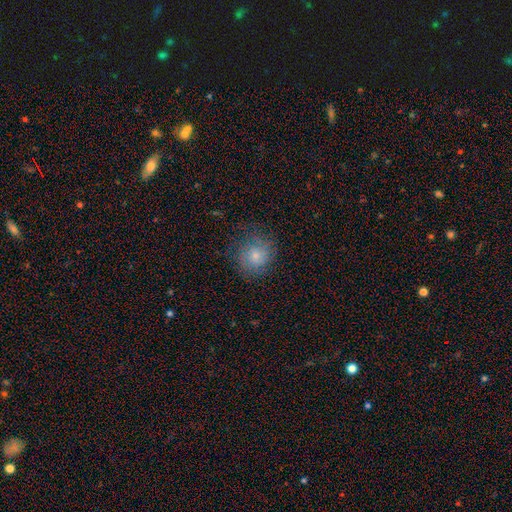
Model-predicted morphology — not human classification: smooth_or_featured: smooth (p=0.73) [alt: featured or disk p=0.17]
how_rounded: round (p=0.84) [alt: in between p=0.15]
merging: none (p=0.71) [alt: minor disturbance p=0.19]